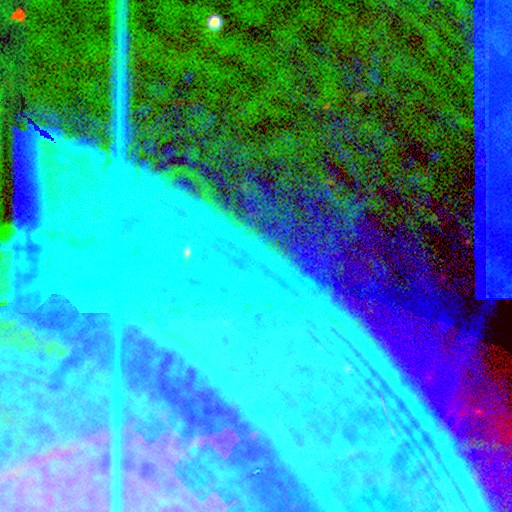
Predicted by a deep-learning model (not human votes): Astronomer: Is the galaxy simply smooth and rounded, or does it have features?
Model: star or artifact — 85%.